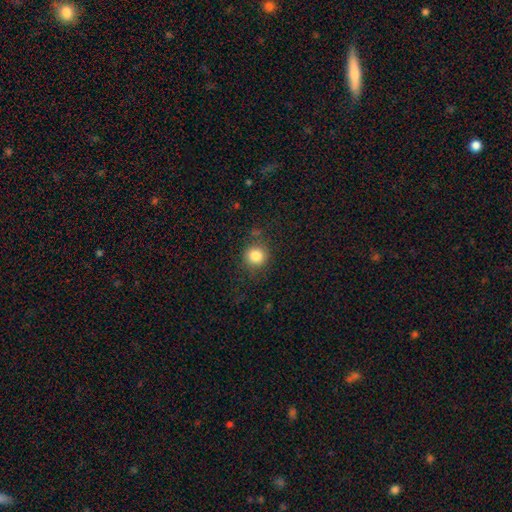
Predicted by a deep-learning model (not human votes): This appears to be a smooth galaxy with no disk features (83%) that is round (92%). Merging: none (84%).